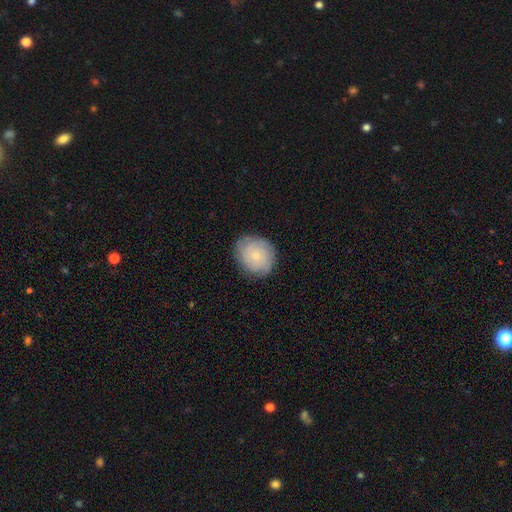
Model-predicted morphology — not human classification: Smooth or featured? smooth (55%)
How rounded? round (73%)
Merging? none (80%)